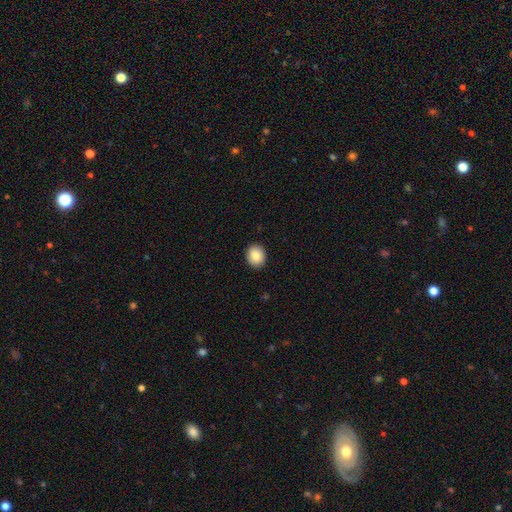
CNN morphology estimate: A smooth galaxy with no disk features (86%) that is round (59%). Merging: none (90%).